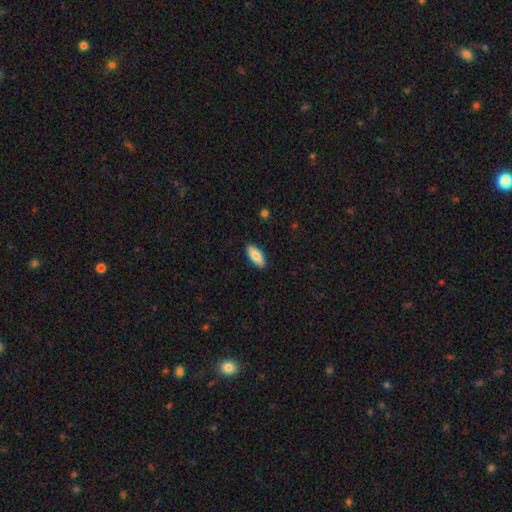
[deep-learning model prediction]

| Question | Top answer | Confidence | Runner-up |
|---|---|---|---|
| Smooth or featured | smooth | 86% | featured or disk (9%) |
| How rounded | in between | 80% | cigar-shaped (18%) |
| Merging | none | 89% | minor disturbance (8%) |